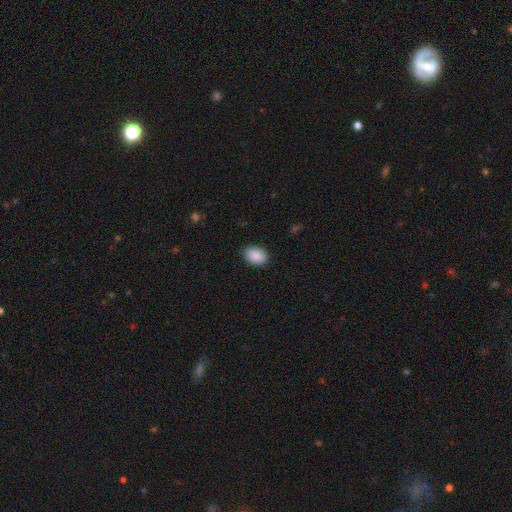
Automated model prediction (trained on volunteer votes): Smooth or featured? Predicted: smooth (p=0.89). How rounded? Predicted: in between (p=0.79). Merging? Predicted: none (p=0.89).